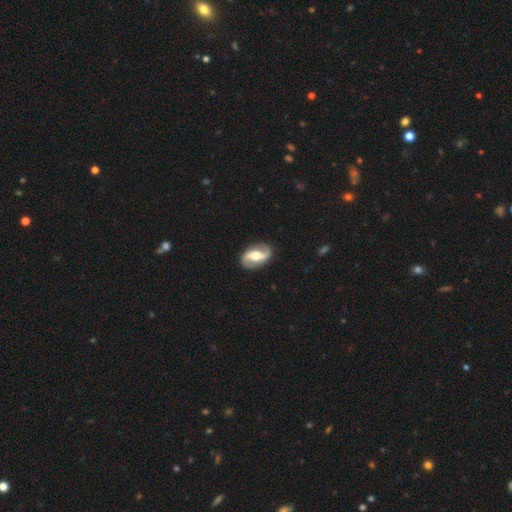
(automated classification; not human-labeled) The model was most divided on "bar": strong: 41%, weak: 36%, no: 24%. Remaining: edge-on disk — no (97%); spiral arm count — 2 (94%); spiral arms — yes (93%); merging — none (87%); smooth or featured — featured or disk (85%); bulge size — moderate (67%); spiral winding — loose (46%).